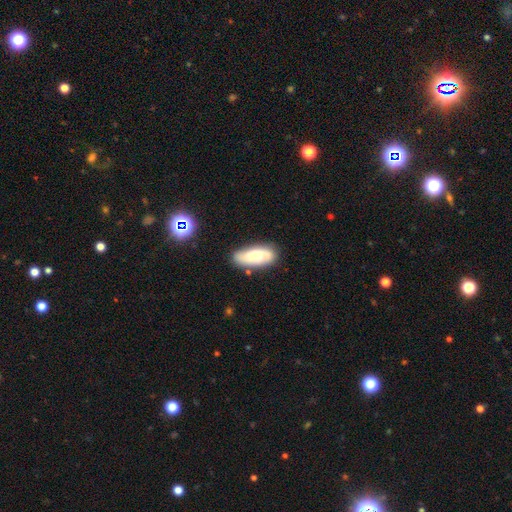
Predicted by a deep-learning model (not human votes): A smooth galaxy with no disk features (65%) that is in between round and cigar-shaped (84%). Merging: none (74%).